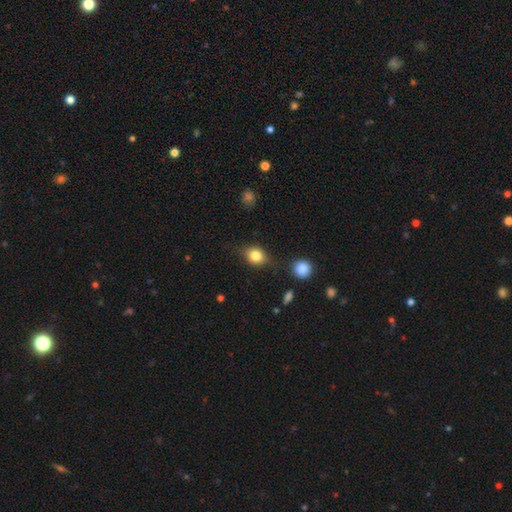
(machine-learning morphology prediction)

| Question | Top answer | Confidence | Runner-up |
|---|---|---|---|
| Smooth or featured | smooth | 79% | featured or disk (12%) |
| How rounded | round | 50% | in between (48%) |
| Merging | none | 72% | minor disturbance (20%) |